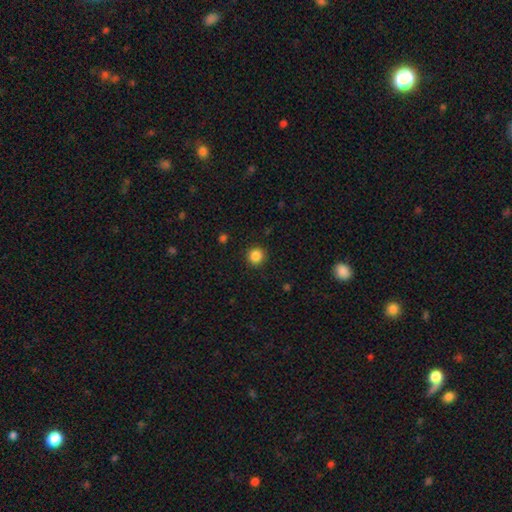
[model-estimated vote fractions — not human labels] Smooth or featured? smooth (86%)
How rounded? round (94%)
Merging? none (91%)